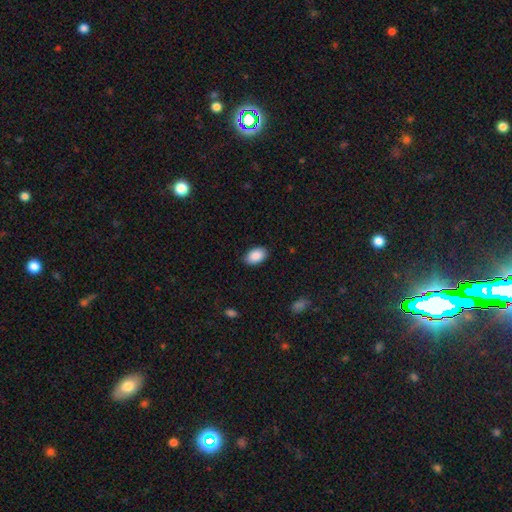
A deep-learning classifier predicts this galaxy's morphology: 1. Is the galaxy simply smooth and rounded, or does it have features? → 89% smooth, 7% star or artifact, 4% featured or disk.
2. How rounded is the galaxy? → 90% in between, 9% round, 1% cigar-shaped.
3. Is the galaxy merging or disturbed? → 85% none, 12% minor disturbance, 2% major disturbance, 1% merger.